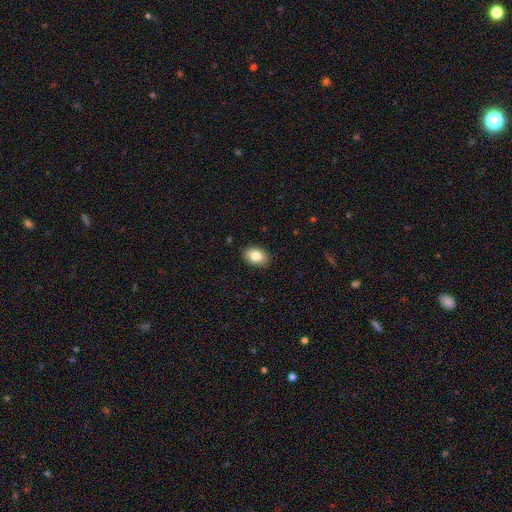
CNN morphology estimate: Overall: smooth (84%). How rounded: in between (86%). Merging: none (89%).